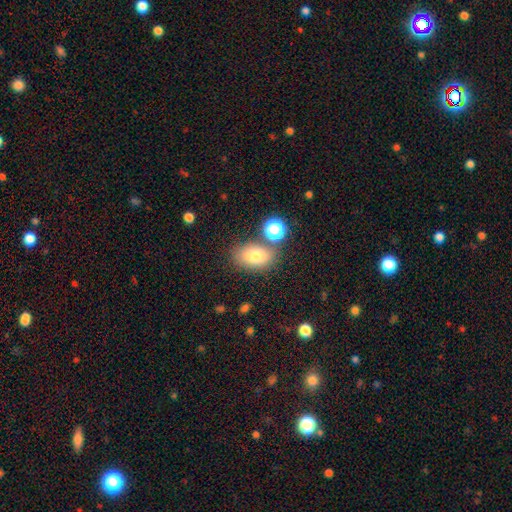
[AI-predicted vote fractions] Overall: smooth (76%). How rounded: in between (85%). Merging: none (71%).